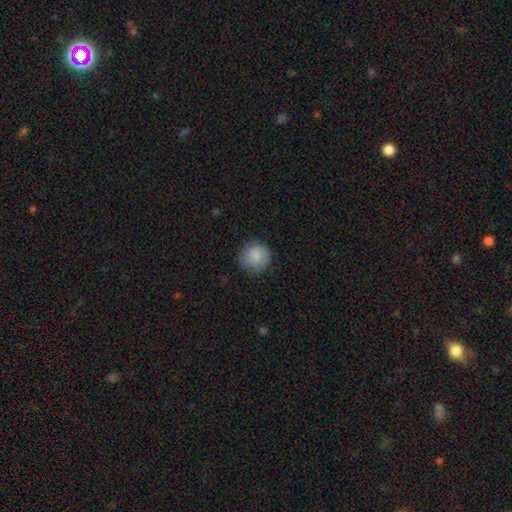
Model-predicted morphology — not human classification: This is clearly a smooth galaxy (85%). How rounded: clearly round (91%). Merging: likely none (77%).